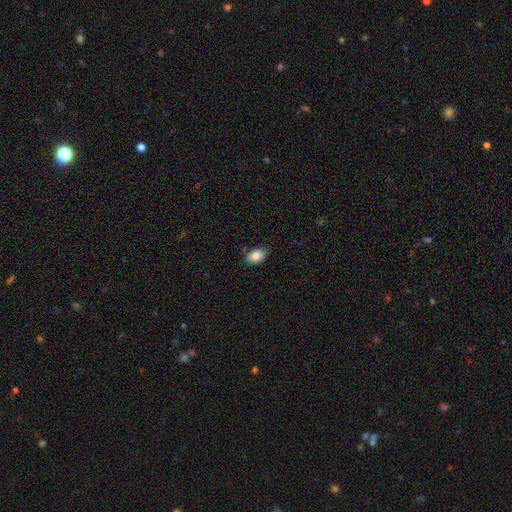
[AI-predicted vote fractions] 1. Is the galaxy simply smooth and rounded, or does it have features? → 81% smooth, 11% featured or disk, 8% star or artifact.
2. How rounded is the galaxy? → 84% in between, 15% round, 1% cigar-shaped.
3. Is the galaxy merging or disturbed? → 80% none, 16% minor disturbance, 2% major disturbance, 2% merger.